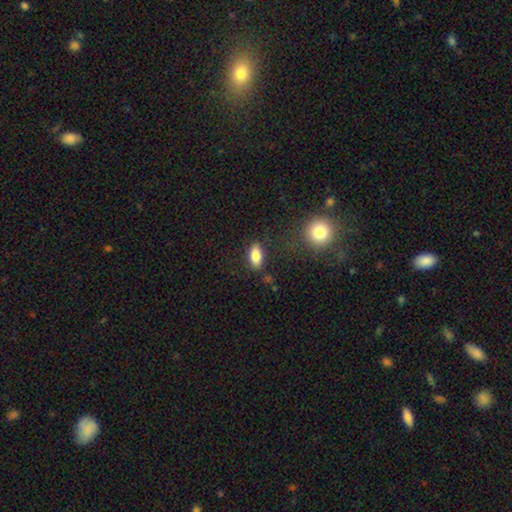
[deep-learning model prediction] smooth-or-featured: smooth: 82% | featured or disk: 9% | star or artifact: 8%
  how-rounded: in between: 88% | cigar-shaped: 7% | round: 5%
  merging: none: 84% | minor disturbance: 11% | major disturbance: 3% | merger: 3%